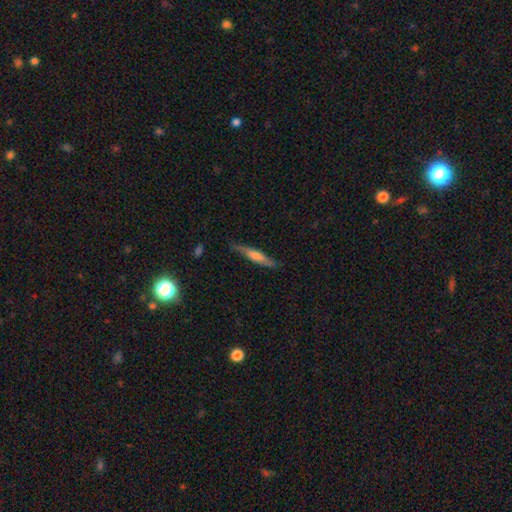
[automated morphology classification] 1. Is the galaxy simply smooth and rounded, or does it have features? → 49% featured or disk, 44% smooth, 7% star or artifact.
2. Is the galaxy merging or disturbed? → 81% none, 15% minor disturbance, 3% major disturbance, 2% merger.